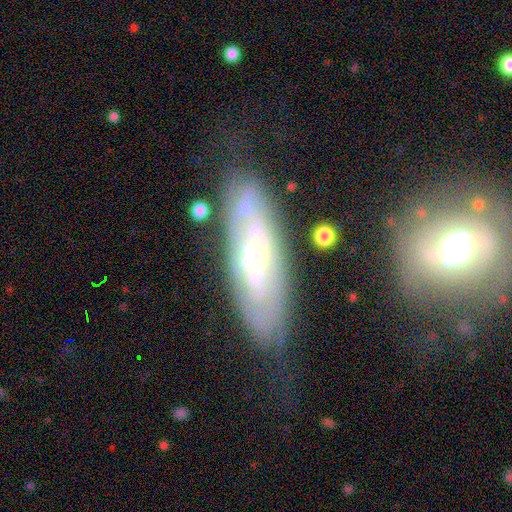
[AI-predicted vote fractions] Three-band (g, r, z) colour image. It shows a featured or disk galaxy (70%) with no bar (59%), spiral arms (75%) and a small central bulge (57%). Merging: none (69%).